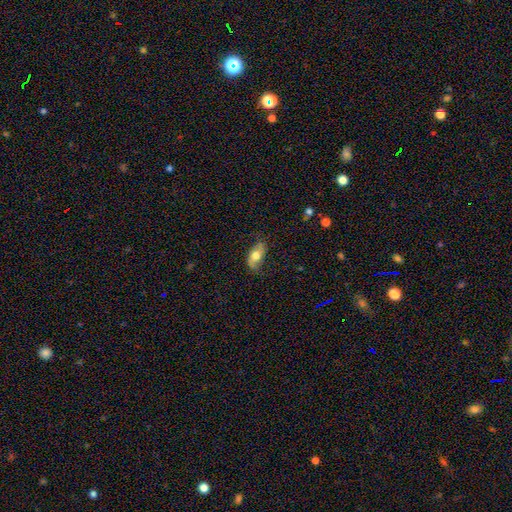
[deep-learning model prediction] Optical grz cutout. It shows a smooth galaxy with no disk features (62%) that is in between round and cigar-shaped (88%). Merging: none (72%).